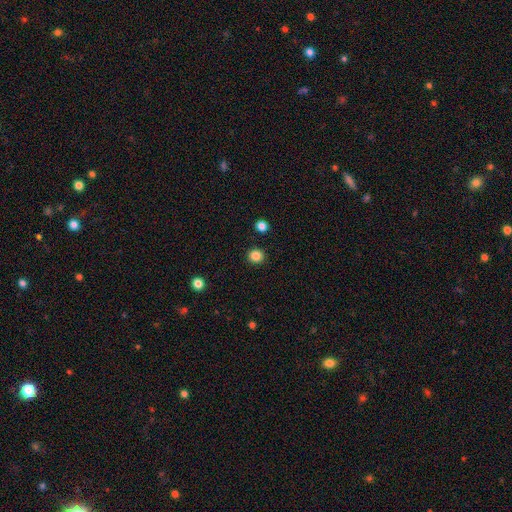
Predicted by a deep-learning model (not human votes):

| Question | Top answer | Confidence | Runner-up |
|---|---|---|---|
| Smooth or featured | smooth | 85% | star or artifact (12%) |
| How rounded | round | 92% | in between (7%) |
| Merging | none | 92% | minor disturbance (5%) |